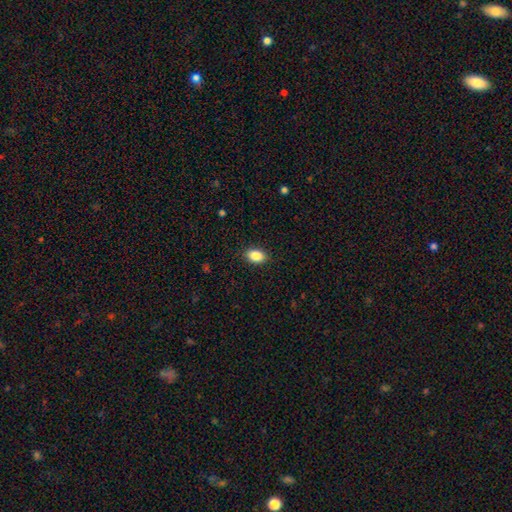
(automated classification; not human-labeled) Smooth or featured: smooth — 87% (star or artifact — 8%)
How rounded: in between — 84% (round — 14%)
Merging: none — 89% (minor disturbance — 8%)